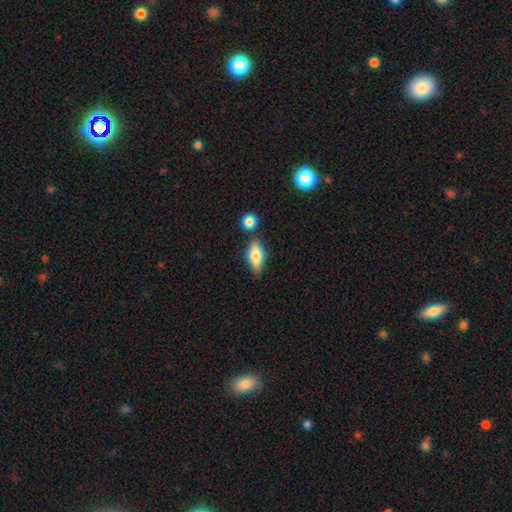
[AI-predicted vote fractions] Smooth or featured?
  - smooth: 64% *
  - featured or disk: 29%
  - star or artifact: 7%
How rounded?
  - in between: 72% *
  - cigar-shaped: 23%
  - round: 4%
Merging?
  - none: 72% *
  - minor disturbance: 14%
  - merger: 10%
  - major disturbance: 4%